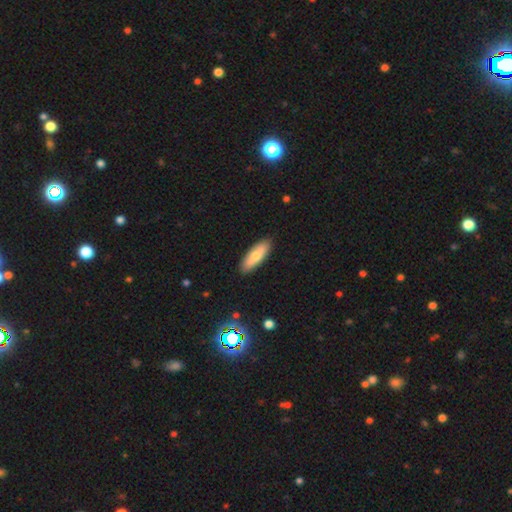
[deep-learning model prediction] smooth-or-featured: smooth: 72% | featured or disk: 22% | star or artifact: 5%
  how-rounded: in between: 58% | cigar-shaped: 40% | round: 2%
  merging: none: 88% | minor disturbance: 9% | major disturbance: 2% | merger: 1%